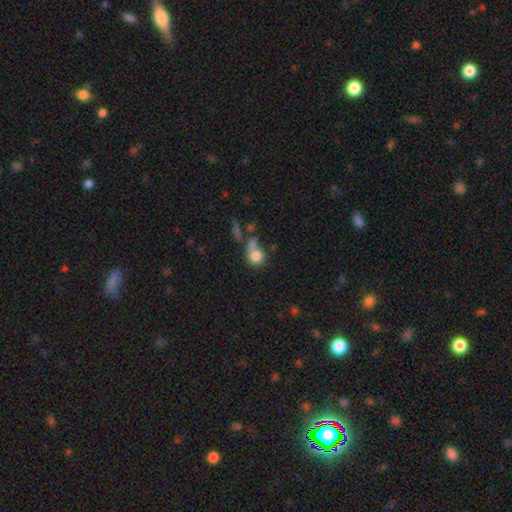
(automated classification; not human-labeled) smooth_or_featured: smooth (p=0.80) [alt: featured or disk p=0.11]
how_rounded: round (p=0.79) [alt: in between p=0.19]
merging: none (p=0.41) [alt: merger p=0.37]